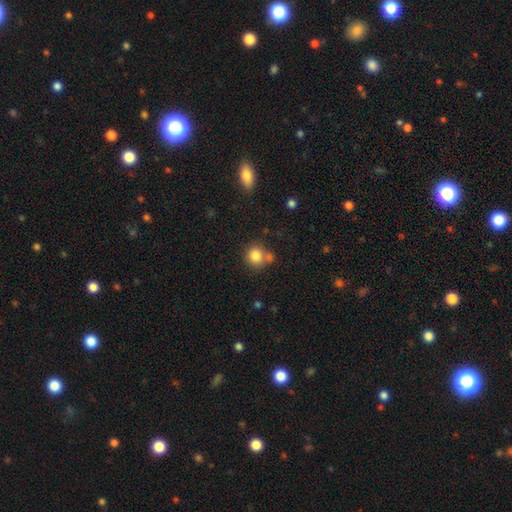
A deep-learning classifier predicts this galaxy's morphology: type=smooth (84%); roundness=round (86%); merging=none (61%).